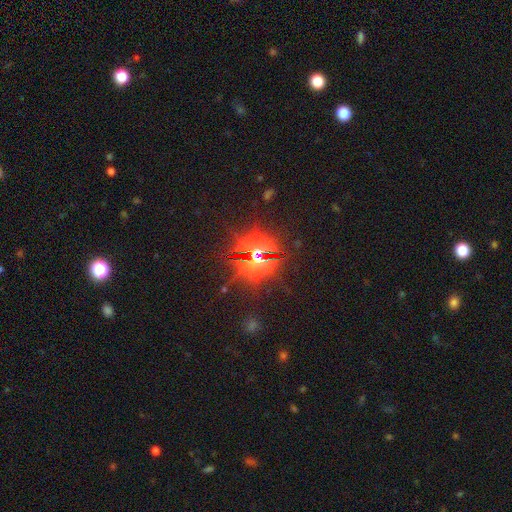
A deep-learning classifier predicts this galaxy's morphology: Q: Smooth or featured?
A: star or artifact (80%); runner-up: smooth (12%)